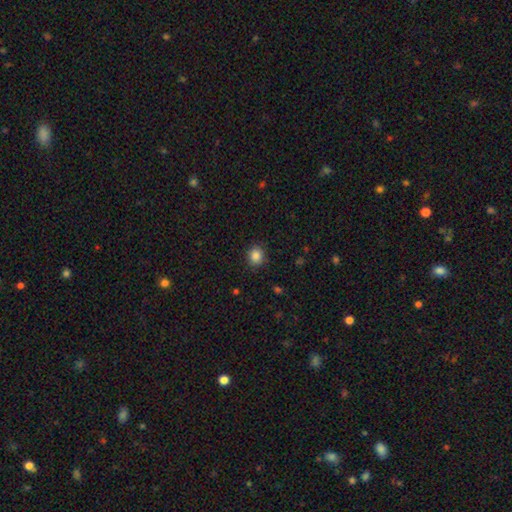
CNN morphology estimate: This appears to be a smooth galaxy with no disk features (86%) that is round (78%). Merging: none (88%).